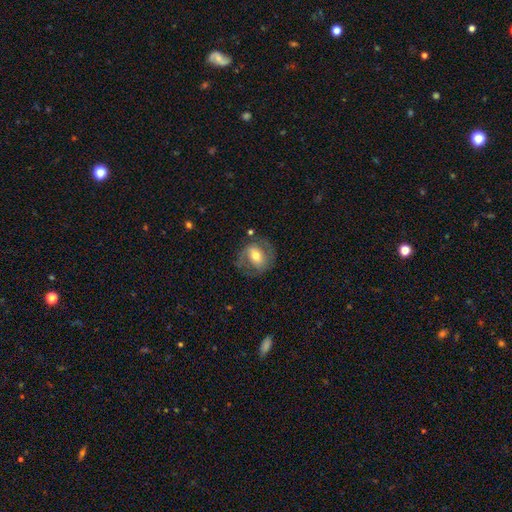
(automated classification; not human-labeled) featured or disk 53%, smooth 40%, star or artifact 7%. Down the decision tree: edge-on disk — no (94%); merging — none (67%).